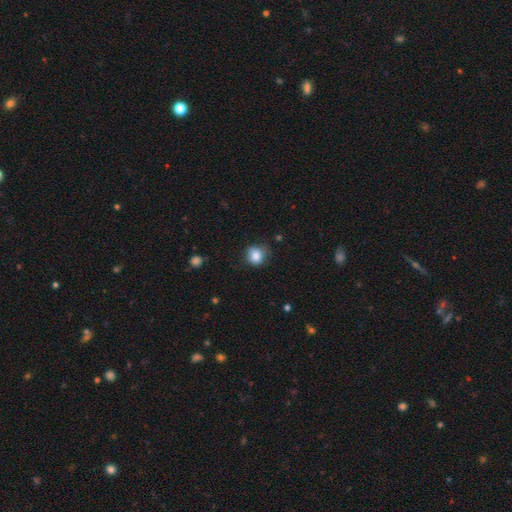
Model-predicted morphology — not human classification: Smooth or featured? smooth (82%)
How rounded? round (79%)
Merging? none (69%)